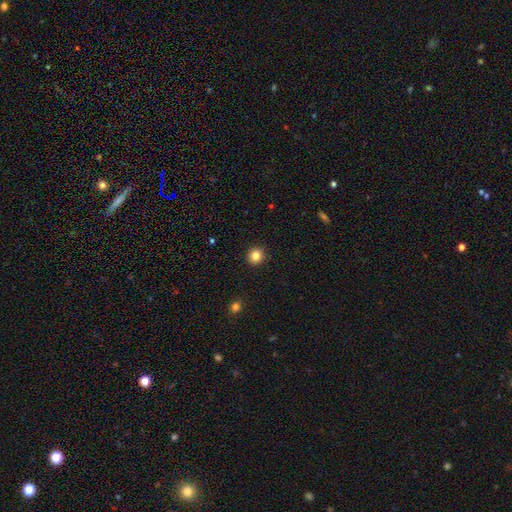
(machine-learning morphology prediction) This is clearly a smooth galaxy (84%). How rounded: clearly round (92%). Merging: clearly none (93%).